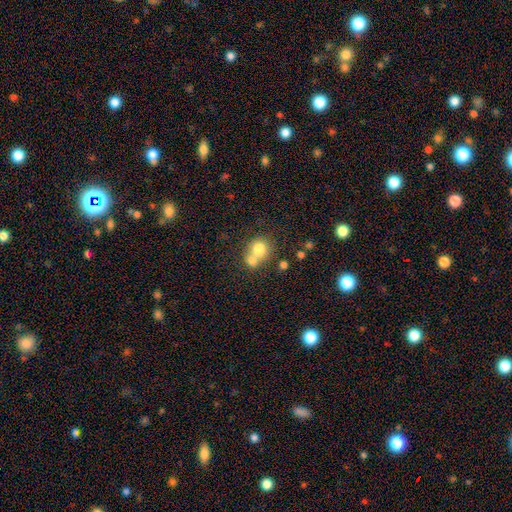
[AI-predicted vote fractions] smooth 74%, featured or disk 15%, star or artifact 11%. Down the decision tree: how rounded — round (78%); merging — merger (57%).